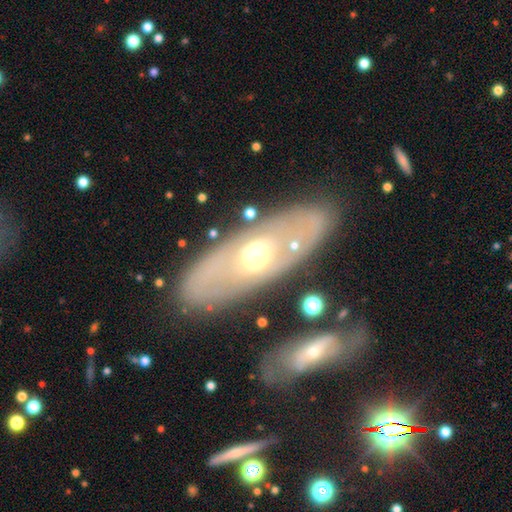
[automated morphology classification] Overall: featured or disk (59%; smooth 34%). Edge-on disk: no (75%). Merging: none (79%).